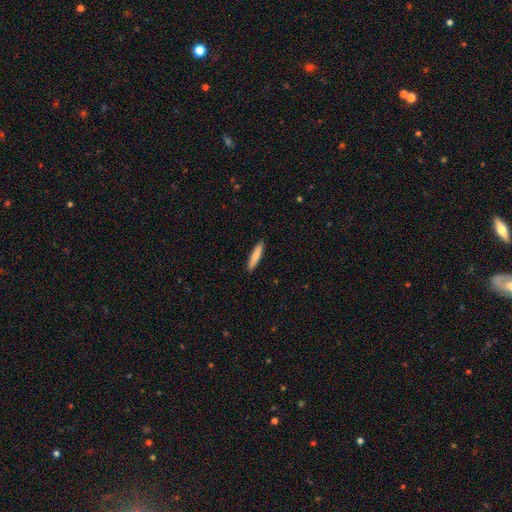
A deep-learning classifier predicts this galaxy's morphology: This is clearly a smooth galaxy (82%). How rounded: clearly cigar-shaped (89%). Merging: clearly none (91%).